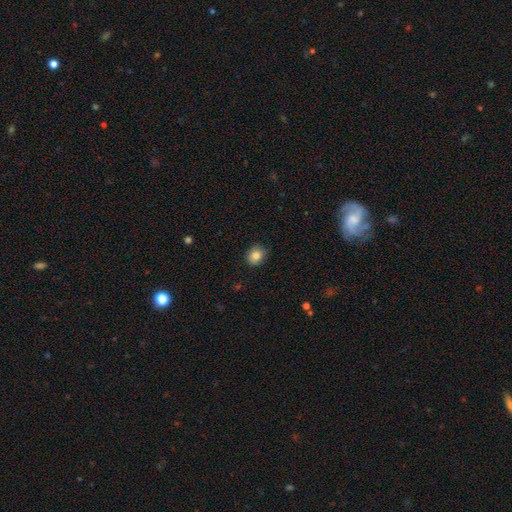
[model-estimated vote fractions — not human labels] Smooth or featured: smooth — 84% (star or artifact — 9%)
How rounded: round — 63% (in between — 36%)
Merging: none — 82% (minor disturbance — 15%)